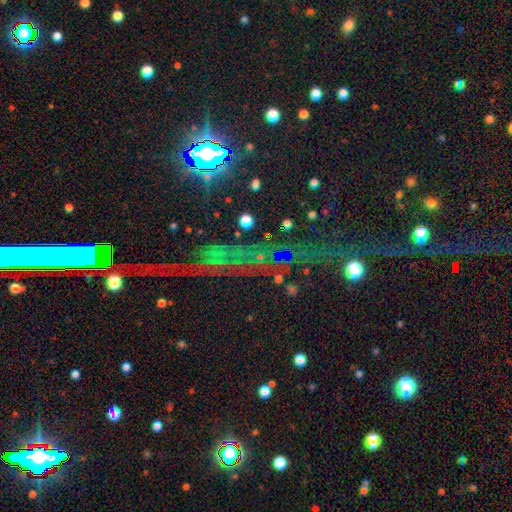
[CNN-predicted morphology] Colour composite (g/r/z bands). It shows a star or artifact, not a galaxy (72%).